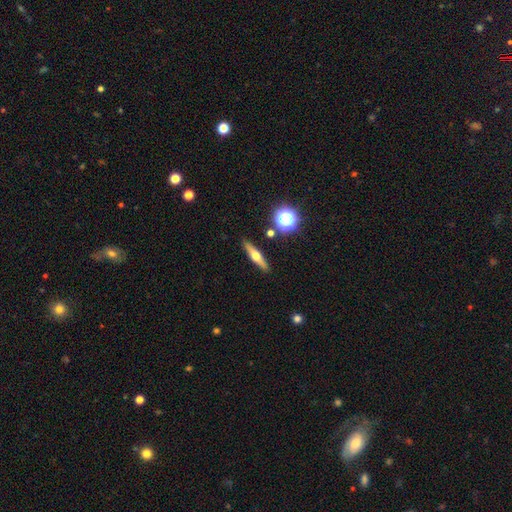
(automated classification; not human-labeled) Q: Smooth or featured?
A: featured or disk (55%); runner-up: smooth (37%)
Q: Edge-on disk?
A: yes (94%); runner-up: no (6%)
Q: Edge-on bulge?
A: rounded (93%); runner-up: none (4%)
Q: Merging?
A: none (90%); runner-up: minor disturbance (6%)